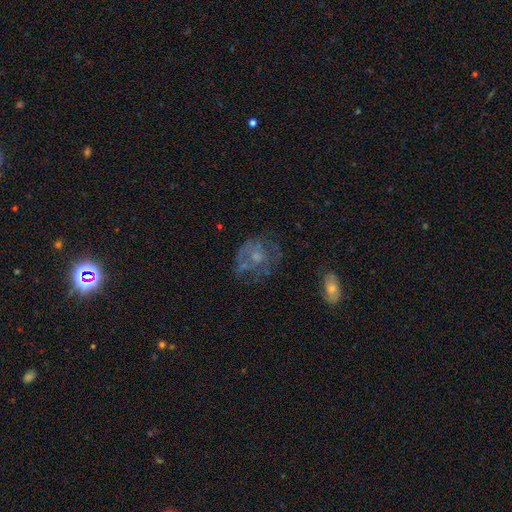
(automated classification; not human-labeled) smooth-or-featured: featured or disk: 54% | smooth: 34% | star or artifact: 12%
  disk-edge-on: no: 97% | yes: 3%
    bar: no: 86% | weak: 12% | strong: 2%
    has-spiral-arms: no: 69% | yes: 31%
    bulge-size: small: 44% | moderate: 34% | none: 18% | large: 3% | dominant: 1%
  merging: none: 46% | major disturbance: 27% | minor disturbance: 22% | merger: 6%